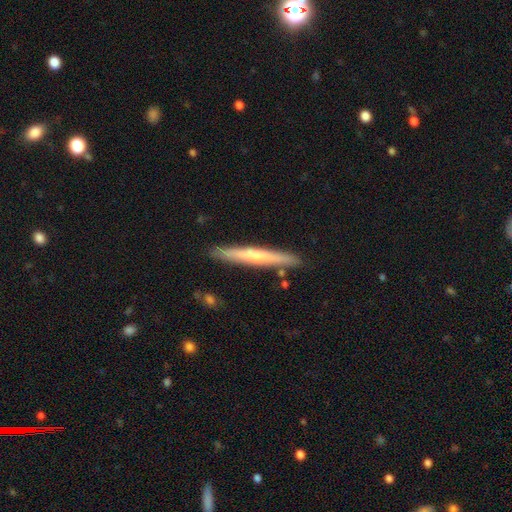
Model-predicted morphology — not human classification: smooth 48%, featured or disk 46%, star or artifact 5%. Down the decision tree: merging — none (88%).